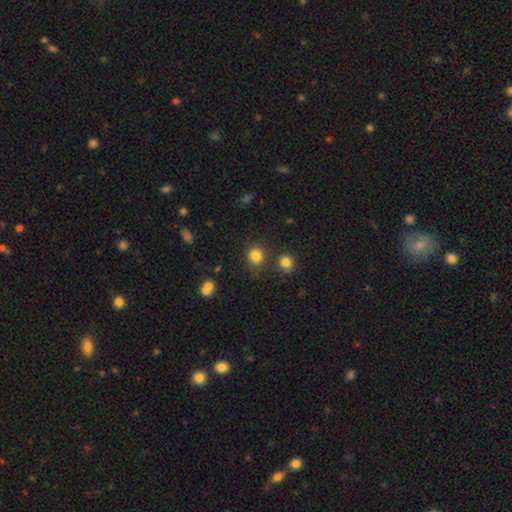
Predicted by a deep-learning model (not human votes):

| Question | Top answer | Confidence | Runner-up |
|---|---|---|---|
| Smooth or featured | smooth | 82% | star or artifact (13%) |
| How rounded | round | 83% | in between (16%) |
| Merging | none | 79% | minor disturbance (10%) |